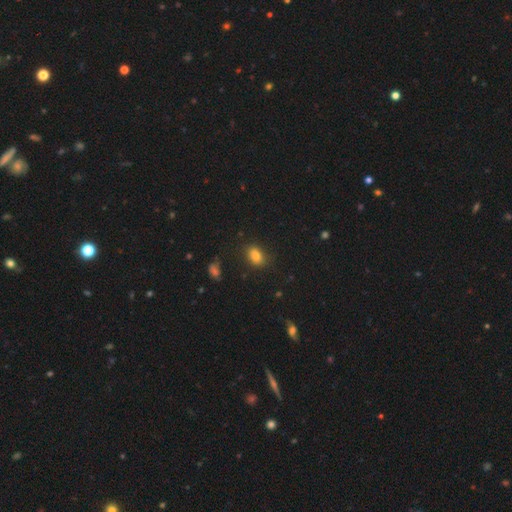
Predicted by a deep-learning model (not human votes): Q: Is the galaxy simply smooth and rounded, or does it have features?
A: smooth — 83%.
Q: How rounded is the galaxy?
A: in between — 77%.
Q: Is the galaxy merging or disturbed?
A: none — 80%.